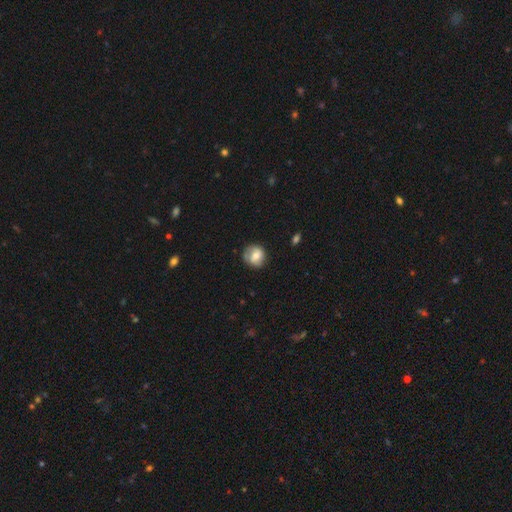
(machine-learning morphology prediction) The model was most divided on "smooth or featured": smooth: 62%, featured or disk: 30%, star or artifact: 8%. More confident: how rounded — round (84%); merging — none (71%).